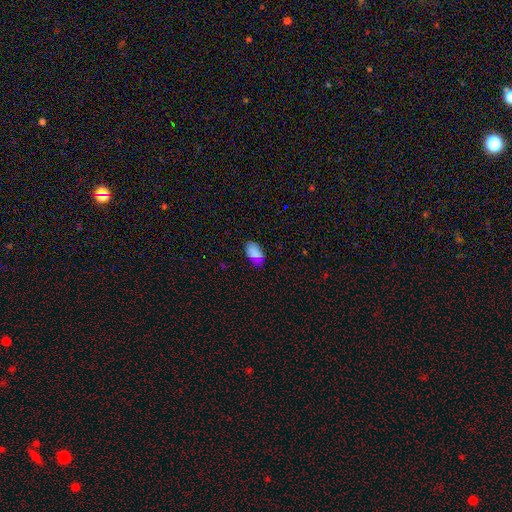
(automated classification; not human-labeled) Morphology: type=smooth (80%); roundness=in between (93%); merging=none (75%).